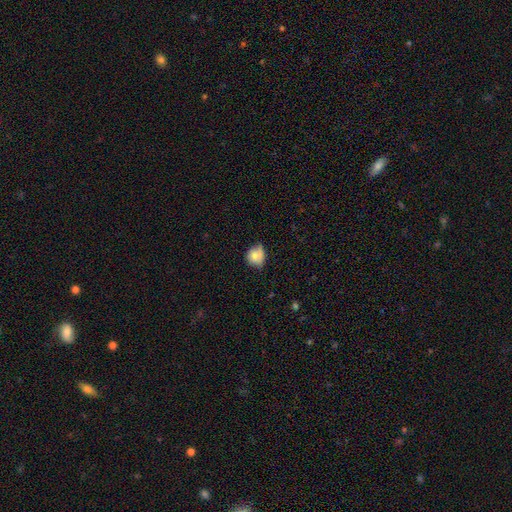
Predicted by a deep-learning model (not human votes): Morphology: type=smooth (74%); roundness=round (67%); merging=none (44%).